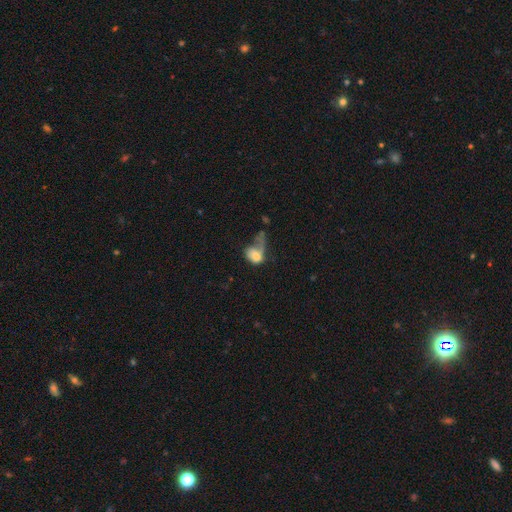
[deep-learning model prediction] Morphology: type=smooth (53%); roundness=in between (69%); merging=major disturbance (59%).